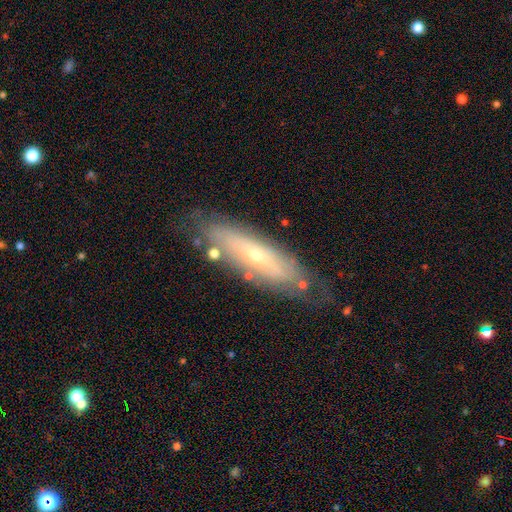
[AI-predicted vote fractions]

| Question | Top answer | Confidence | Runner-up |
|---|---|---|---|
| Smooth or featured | featured or disk | 61% | smooth (32%) |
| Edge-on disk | no | 63% | yes (37%) |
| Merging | none | 71% | minor disturbance (20%) |